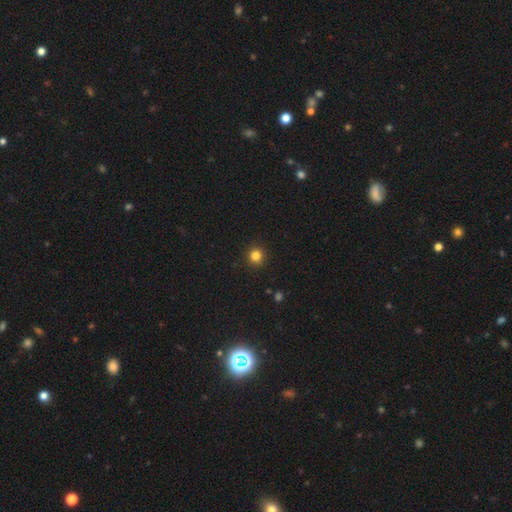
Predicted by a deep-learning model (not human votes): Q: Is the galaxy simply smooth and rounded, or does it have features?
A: smooth — 83%.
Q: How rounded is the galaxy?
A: round — 94%.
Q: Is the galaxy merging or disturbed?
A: none — 92%.